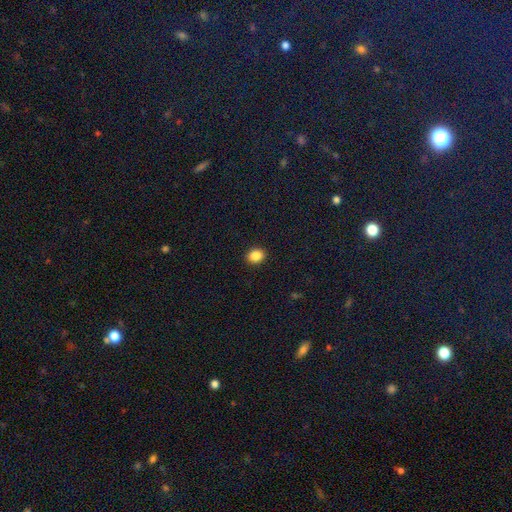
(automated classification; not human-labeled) Smooth or featured: smooth — 86% (star or artifact — 10%)
How rounded: round — 59% (in between — 40%)
Merging: none — 92% (minor disturbance — 6%)